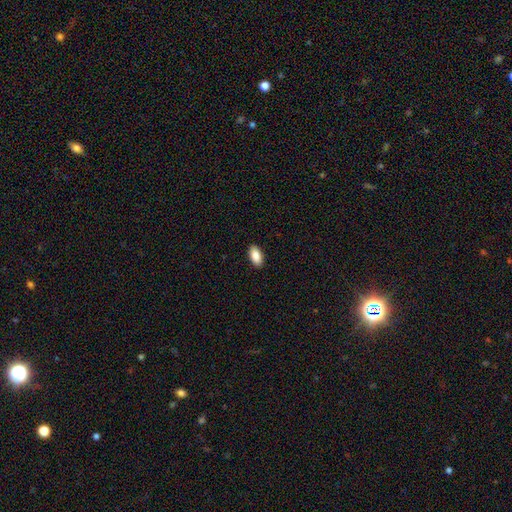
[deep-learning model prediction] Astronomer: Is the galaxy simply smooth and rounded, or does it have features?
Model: smooth — 88%.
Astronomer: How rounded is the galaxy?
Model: in between — 93%.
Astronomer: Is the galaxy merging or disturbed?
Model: none — 90%.